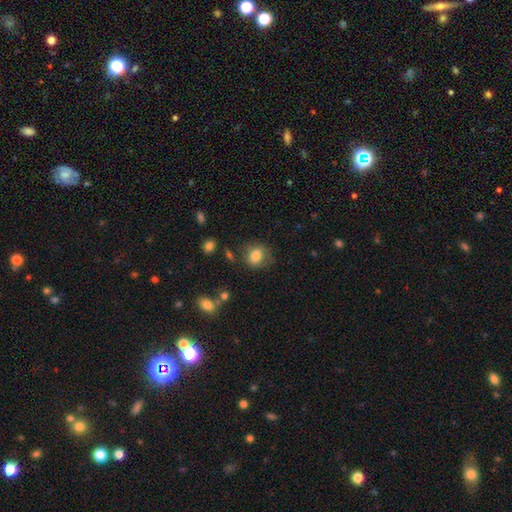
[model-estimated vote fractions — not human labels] Smooth or featured: smooth — 81% (star or artifact — 10%)
How rounded: round — 60% (in between — 39%)
Merging: none — 71% (minor disturbance — 19%)